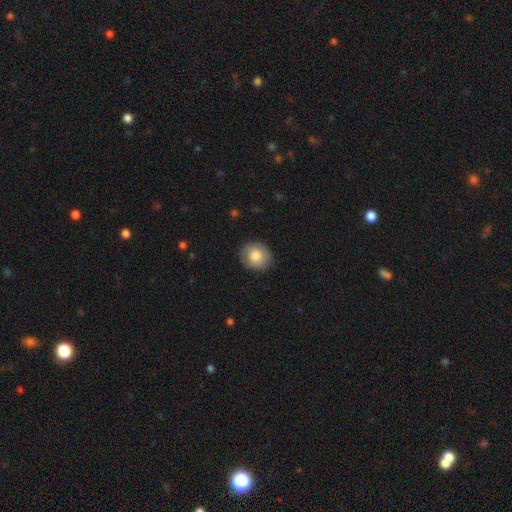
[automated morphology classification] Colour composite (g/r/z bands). It shows a smooth galaxy with no disk features (79%) that is round (79%). Merging: none (86%).